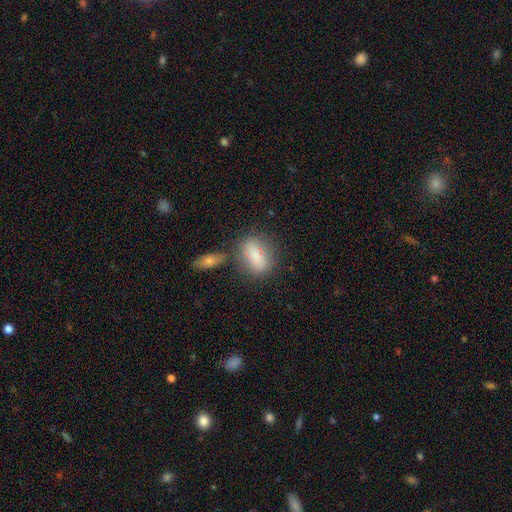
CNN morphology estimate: smooth 78%, featured or disk 14%, star or artifact 9%. Down the decision tree: how rounded — in between (80%); merging — none (61%).